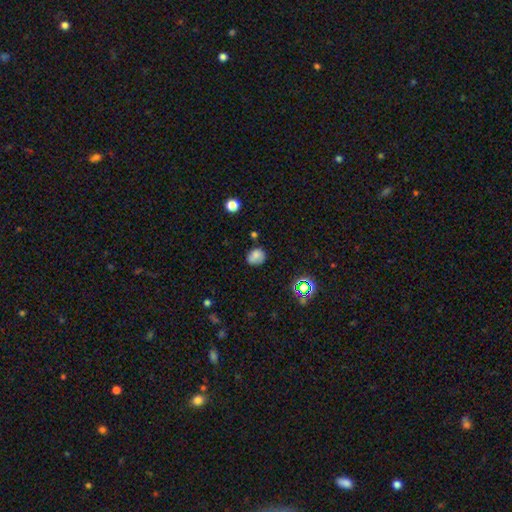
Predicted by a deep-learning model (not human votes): Smooth or featured? smooth (77%)
How rounded? round (59%)
Merging? none (69%)